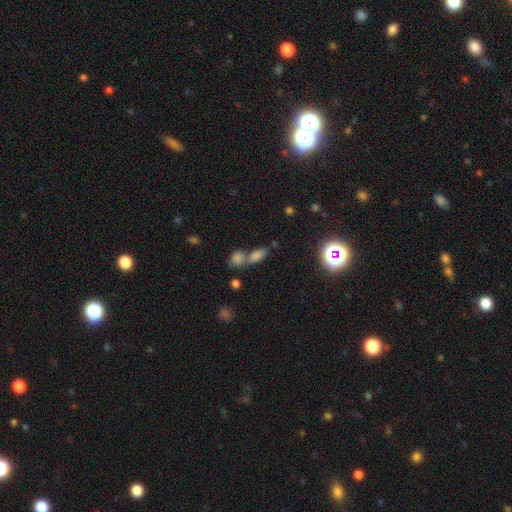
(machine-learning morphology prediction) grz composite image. It shows a smooth galaxy with no disk features (67%) that is in between round and cigar-shaped (74%). Merging: merger (48%).